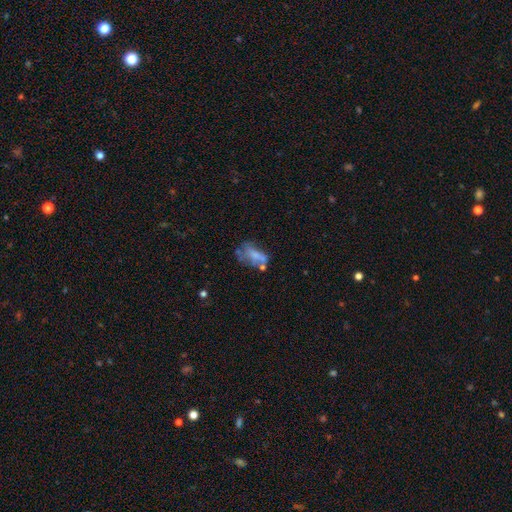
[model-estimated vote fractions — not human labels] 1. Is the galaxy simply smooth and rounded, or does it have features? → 46% smooth, 41% featured or disk, 12% star or artifact.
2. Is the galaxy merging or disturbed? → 31% none, 27% major disturbance, 22% minor disturbance, 20% merger.